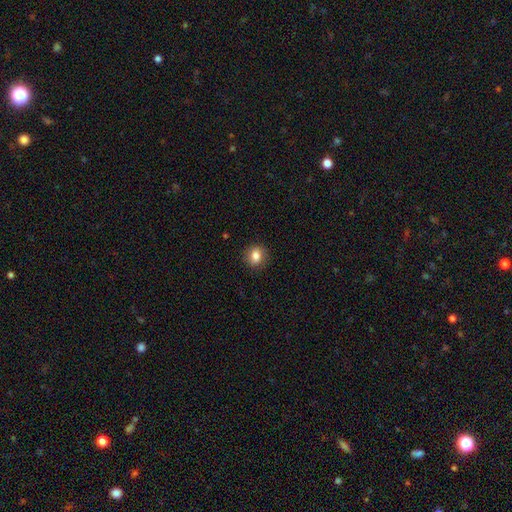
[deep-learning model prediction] Overall: smooth (83%). How rounded: round (67%; in between 32%). Merging: none (88%).